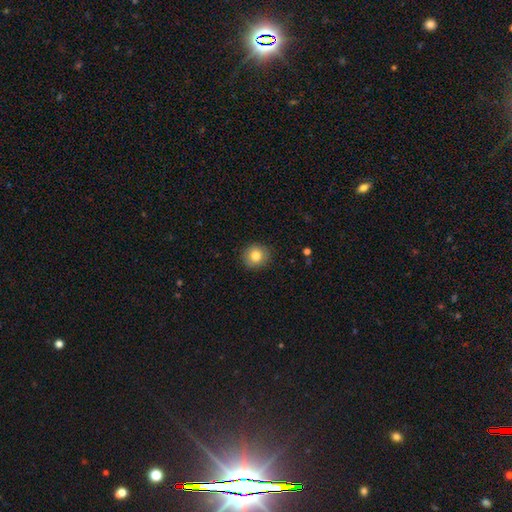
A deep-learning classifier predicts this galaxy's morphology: type=smooth (82%); roundness=round (89%); merging=none (90%).